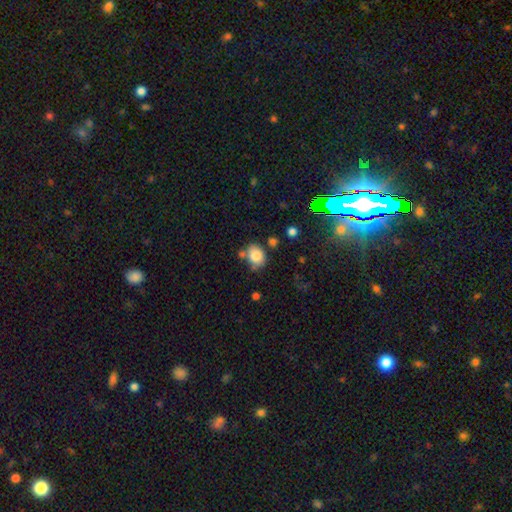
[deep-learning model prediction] Smooth or featured? smooth (81%)
How rounded? round (52%)
Merging? none (59%)